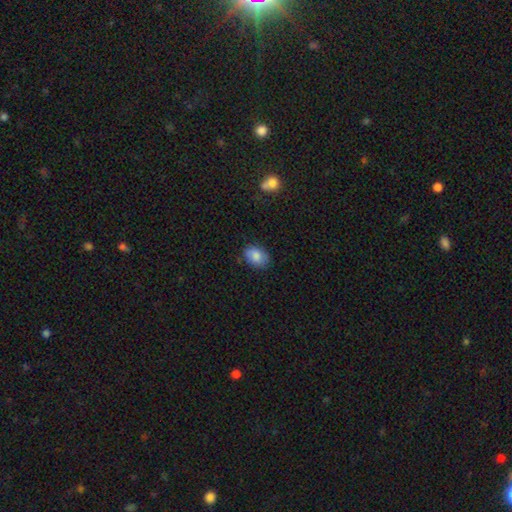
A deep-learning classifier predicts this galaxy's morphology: Smooth or featured? smooth (83%)
How rounded? in between (75%)
Merging? none (79%)